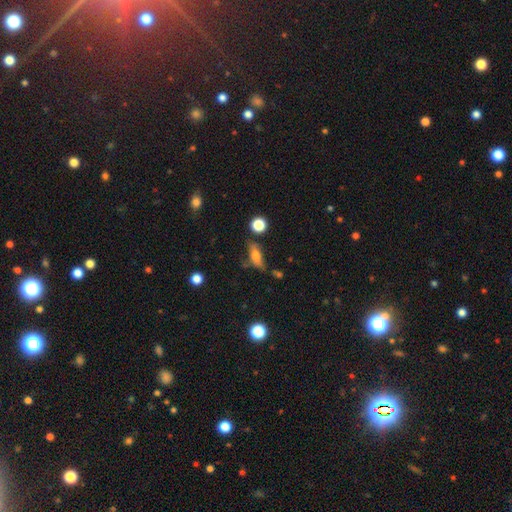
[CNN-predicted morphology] This appears to be a smooth galaxy with no disk features (65%) that is in between round and cigar-shaped (66%). Merging: none (57%).